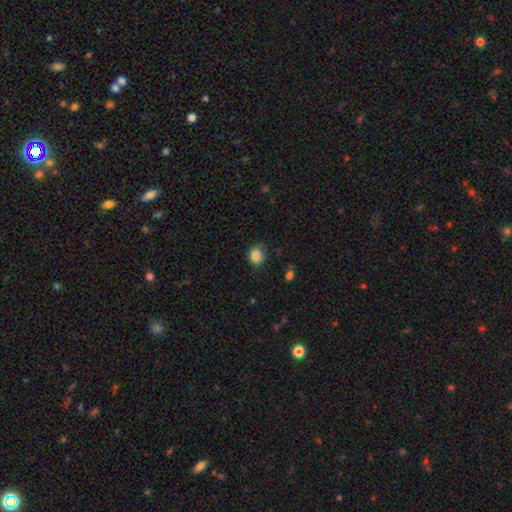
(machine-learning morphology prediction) smooth-or-featured: smooth: 85% | star or artifact: 9% | featured or disk: 6%
  how-rounded: round: 64% | in between: 35% | cigar-shaped: 1%
  merging: none: 62% | minor disturbance: 28% | major disturbance: 8% | merger: 2%